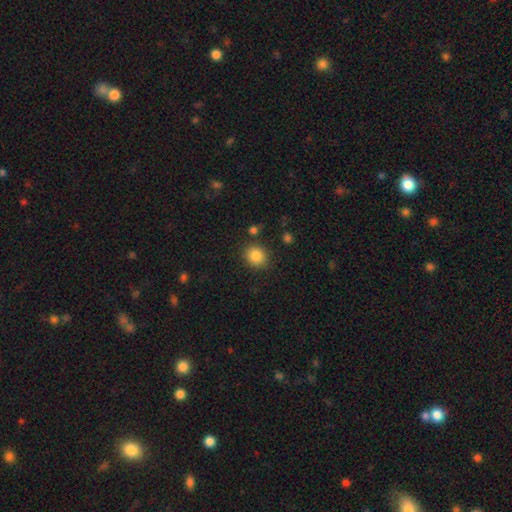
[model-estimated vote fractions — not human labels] A smooth galaxy with no disk features (86%) that is round (73%). Merging: none (85%).